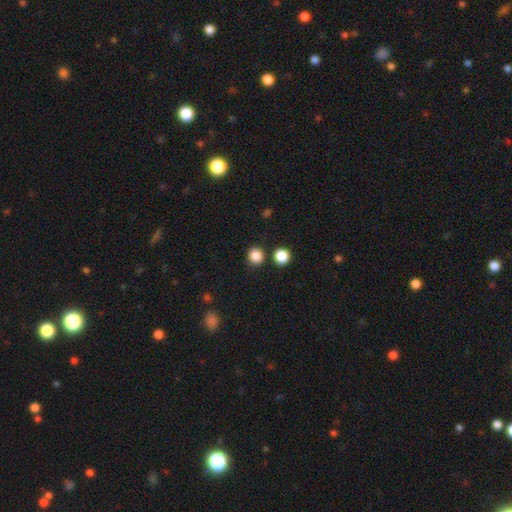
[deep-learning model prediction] Smooth or featured: smooth — 86% (star or artifact — 11%)
How rounded: round — 91% (in between — 8%)
Merging: none — 84% (minor disturbance — 7%)